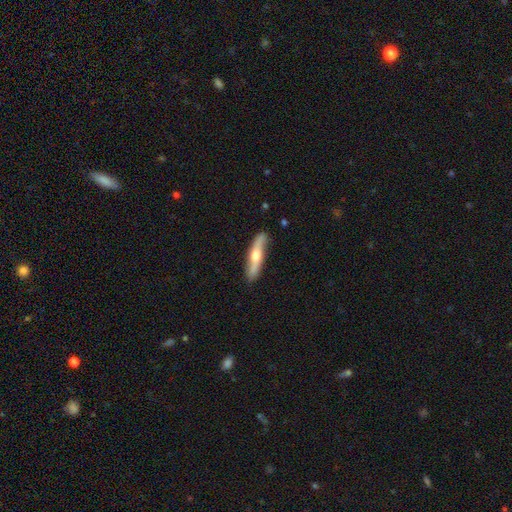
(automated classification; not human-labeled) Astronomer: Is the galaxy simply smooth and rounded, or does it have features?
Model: featured or disk — 56% (runner-up: smooth, 39%).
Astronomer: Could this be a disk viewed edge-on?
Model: yes — 73%.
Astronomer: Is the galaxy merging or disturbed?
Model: none — 85%.